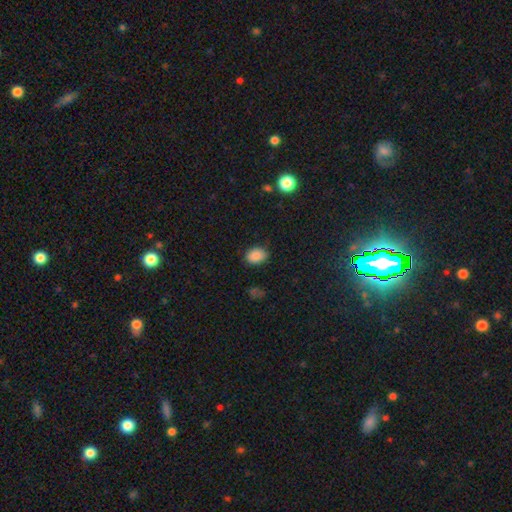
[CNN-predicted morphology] Smooth or featured?
  - smooth: 86% *
  - star or artifact: 9%
  - featured or disk: 5%
How rounded?
  - in between: 71% *
  - round: 28%
  - cigar-shaped: 1%
Merging?
  - none: 79% *
  - minor disturbance: 17%
  - major disturbance: 3%
  - merger: 1%